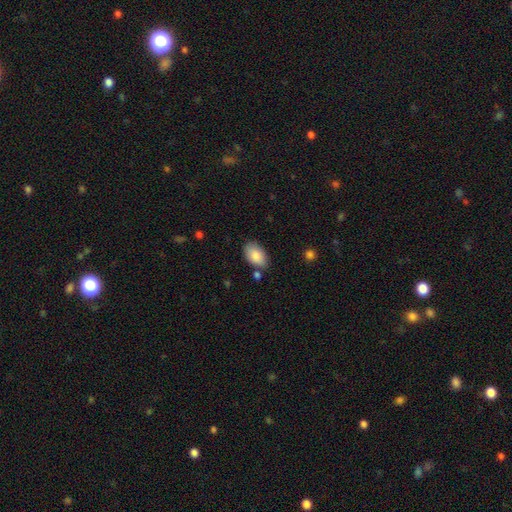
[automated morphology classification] smooth_or_featured: smooth (p=0.87) [alt: featured or disk p=0.07]
how_rounded: in between (p=0.92) [alt: round p=0.06]
merging: none (p=0.75) [alt: minor disturbance p=0.17]